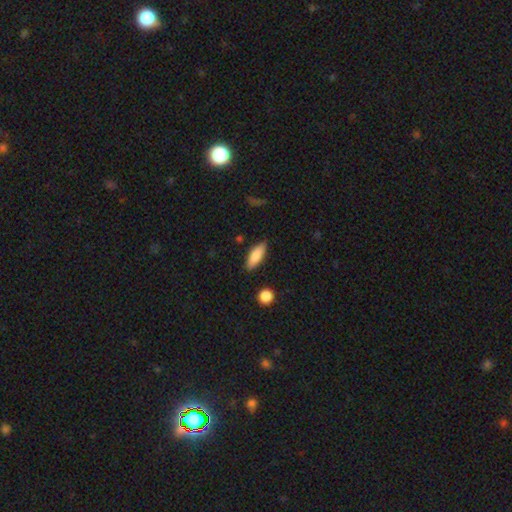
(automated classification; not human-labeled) A smooth galaxy with no disk features (81%) that is in between round and cigar-shaped (62%).

Vote fractions:
- Smooth or featured? smooth: 81% / featured or disk: 12% / star or artifact: 6%
- How rounded? in between: 62% / cigar-shaped: 36% / round: 2%
- Merging? none: 85% / minor disturbance: 11% / major disturbance: 2% / merger: 2%